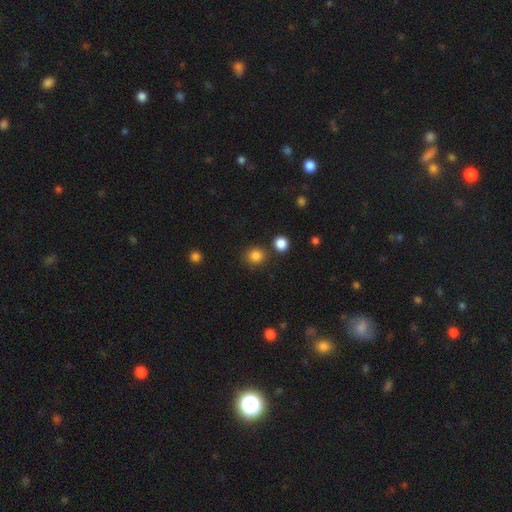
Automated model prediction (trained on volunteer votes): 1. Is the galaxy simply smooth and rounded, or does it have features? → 85% smooth, 12% star or artifact, 4% featured or disk.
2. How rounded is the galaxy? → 87% round, 12% in between, 1% cigar-shaped.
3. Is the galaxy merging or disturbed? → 82% none, 8% minor disturbance, 6% merger, 3% major disturbance.